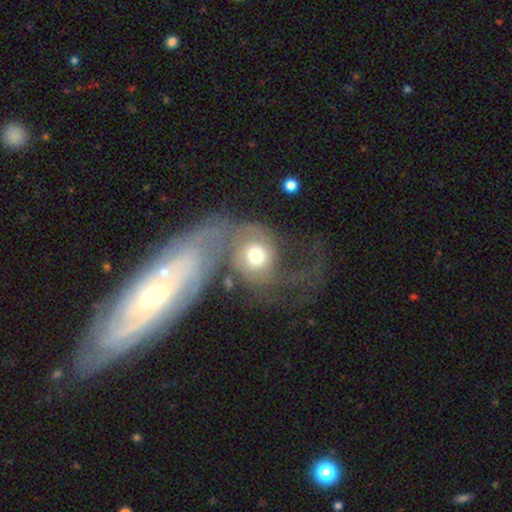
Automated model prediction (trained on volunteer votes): The model was most divided on "smooth or featured": featured or disk: 47%, smooth: 44%, star or artifact: 9%. Remaining: merging — merger (46%).